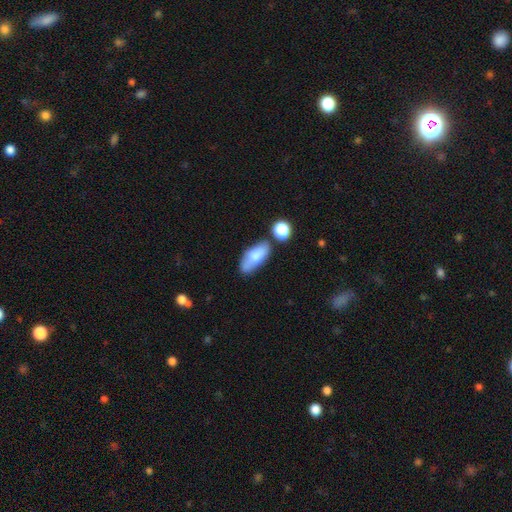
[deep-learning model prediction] This appears to be a smooth galaxy with no disk features (74%) that is in between round and cigar-shaped (85%). Merging: none (56%).